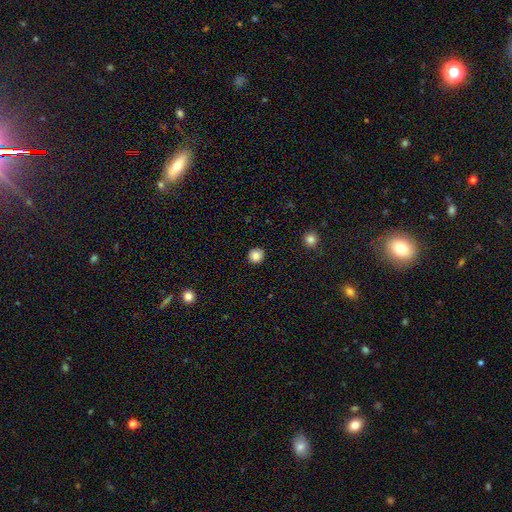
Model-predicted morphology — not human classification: A smooth galaxy with no disk features (85%) that is round (93%).

Vote fractions:
- Smooth or featured? smooth: 85% / star or artifact: 10% / featured or disk: 4%
- How rounded? round: 93% / in between: 6% / cigar-shaped: 1%
- Merging? none: 92% / minor disturbance: 5% / major disturbance: 2% / merger: 1%